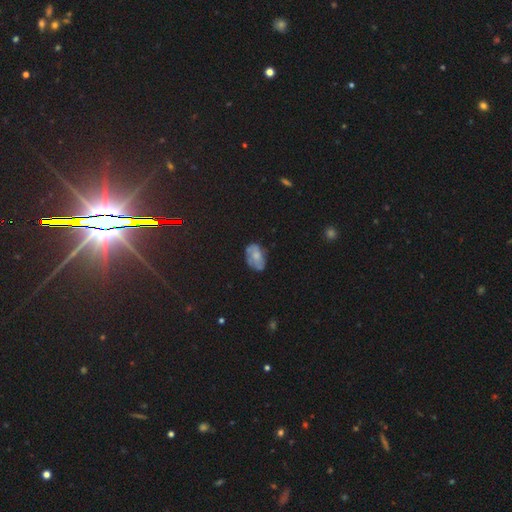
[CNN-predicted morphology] The model was most divided on "smooth or featured": smooth: 50%, featured or disk: 37%, star or artifact: 13%. More confident: merging — none (61%).